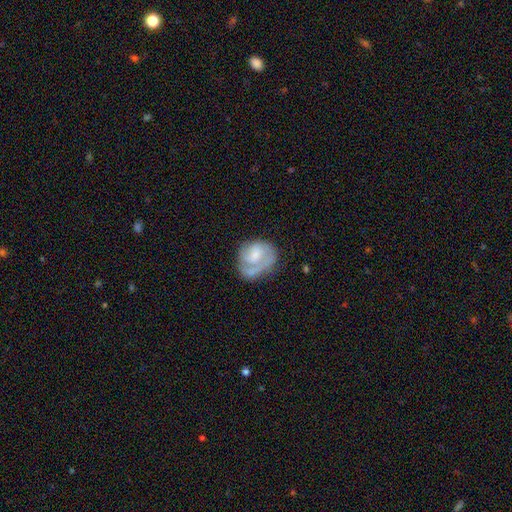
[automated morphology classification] type=featured or disk (60%); edge-on=no (98%); bar=no (56%); spiral arms=yes (77%); bulge=small (55%); merging=none (46%).